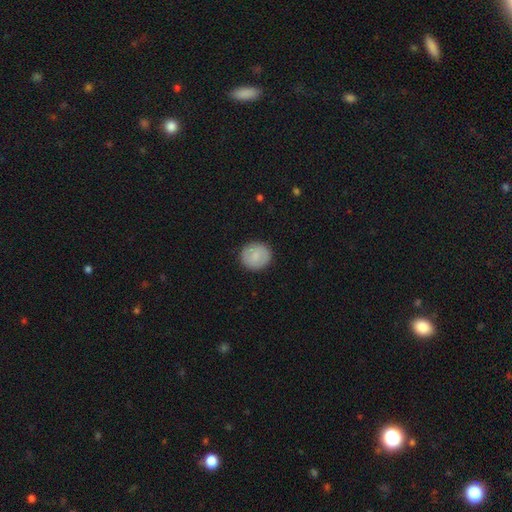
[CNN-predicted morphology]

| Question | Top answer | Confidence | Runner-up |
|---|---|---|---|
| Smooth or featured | smooth | 80% | featured or disk (14%) |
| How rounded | round | 89% | in between (11%) |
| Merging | none | 90% | minor disturbance (7%) |